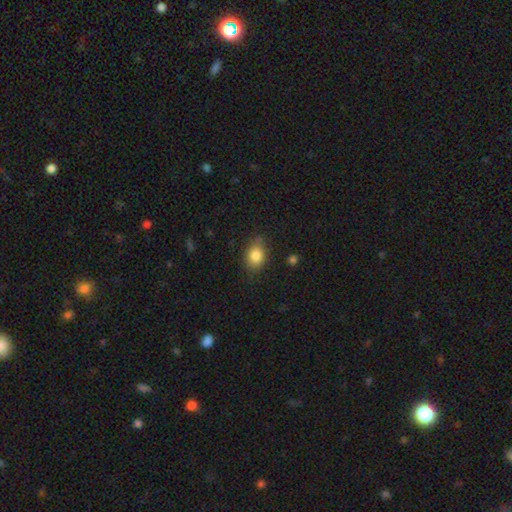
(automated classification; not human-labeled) Smooth or featured? Predicted: smooth (p=0.84). How rounded? Predicted: in between (p=0.63). Merging? Predicted: none (p=0.76).